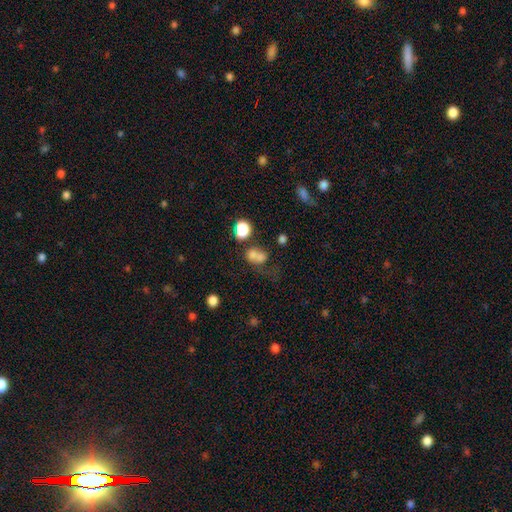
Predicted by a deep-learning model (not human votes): Smooth or featured: smooth — 71% (star or artifact — 15%)
How rounded: in between — 50% (round — 48%)
Merging: merger — 49% (none — 26%)